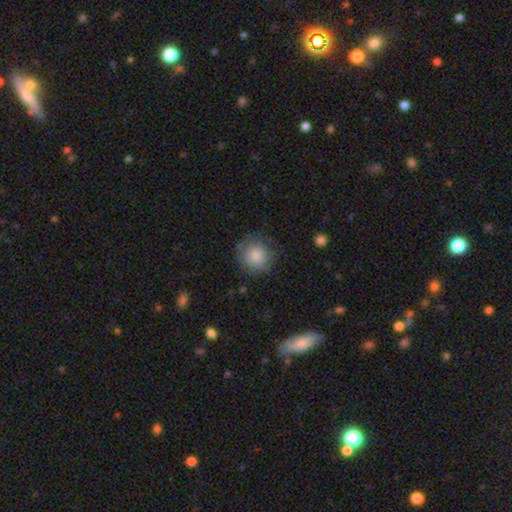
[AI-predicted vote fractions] A smooth galaxy with no disk features (84%) that is round (92%). Merging: none (79%).